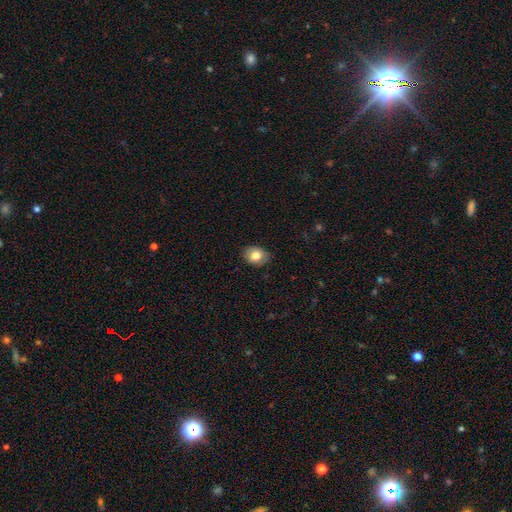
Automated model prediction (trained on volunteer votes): This is clearly a smooth galaxy (81%). How rounded: likely in between (63%). Merging: clearly none (86%).